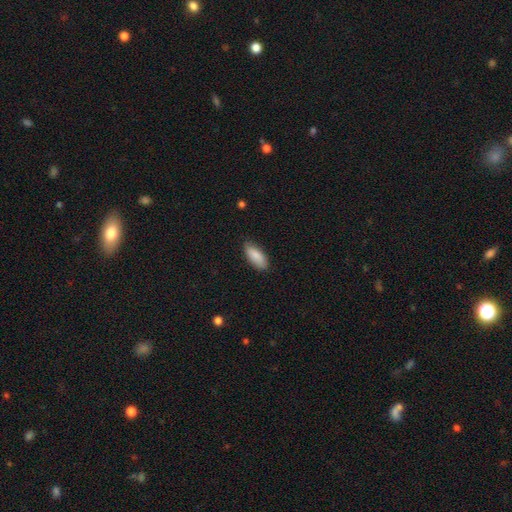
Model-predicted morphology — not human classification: smooth-or-featured: smooth: 87% | featured or disk: 7% | star or artifact: 6%
  how-rounded: in between: 83% | cigar-shaped: 16% | round: 2%
  merging: none: 80% | minor disturbance: 17% | major disturbance: 3% | merger: 1%